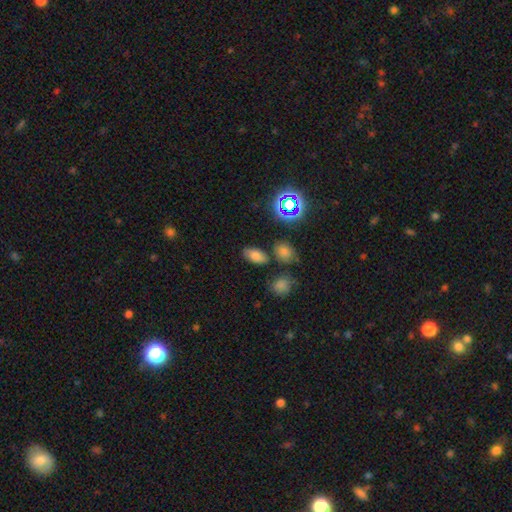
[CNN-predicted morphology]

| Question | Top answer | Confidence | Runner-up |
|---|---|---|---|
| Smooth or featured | smooth | 72% | star or artifact (18%) |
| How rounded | in between | 89% | round (7%) |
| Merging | none | 78% | minor disturbance (12%) |